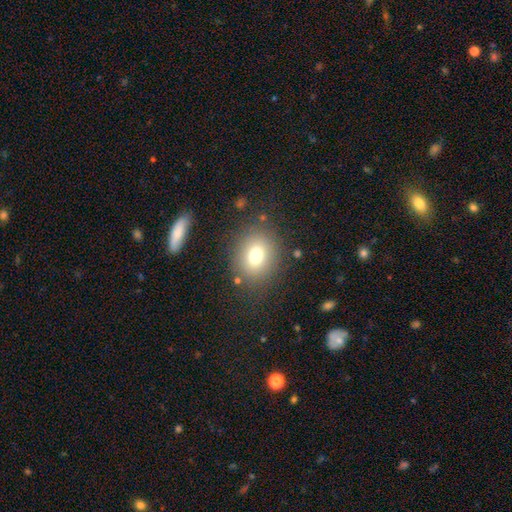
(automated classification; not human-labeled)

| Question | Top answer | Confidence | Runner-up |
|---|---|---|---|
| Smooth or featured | smooth | 75% | star or artifact (13%) |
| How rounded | round | 60% | in between (39%) |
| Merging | none | 82% | minor disturbance (10%) |